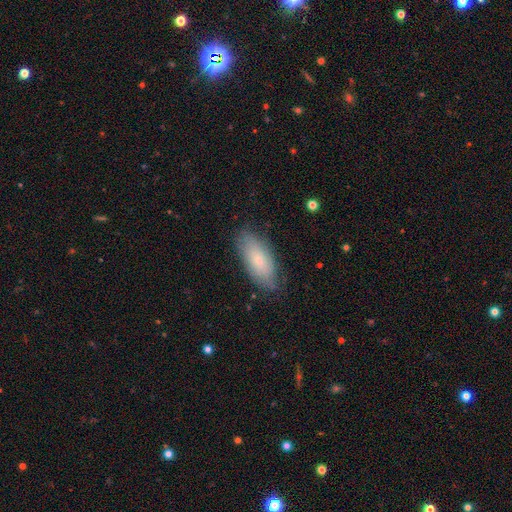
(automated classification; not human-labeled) Morphology: type=smooth (67%); roundness=in between (82%); merging=none (82%).